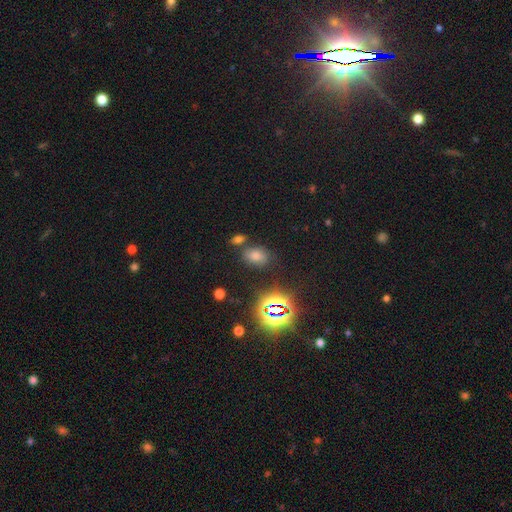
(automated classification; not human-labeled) A smooth galaxy with no disk features (53%) that is in between round and cigar-shaped (70%). Merging: none (75%).